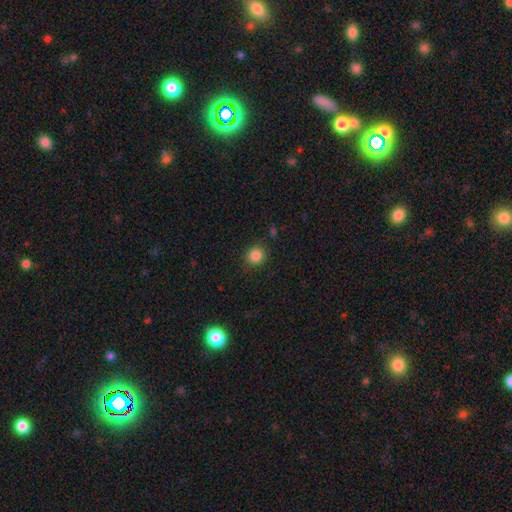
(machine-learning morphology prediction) Smooth or featured: smooth — 85% (star or artifact — 11%)
How rounded: round — 87% (in between — 13%)
Merging: none — 87% (minor disturbance — 9%)